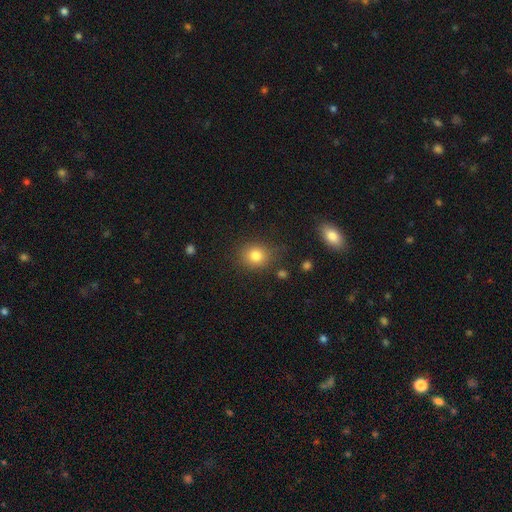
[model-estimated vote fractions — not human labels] Morphology: type=smooth (81%); roundness=round (75%); merging=none (79%).